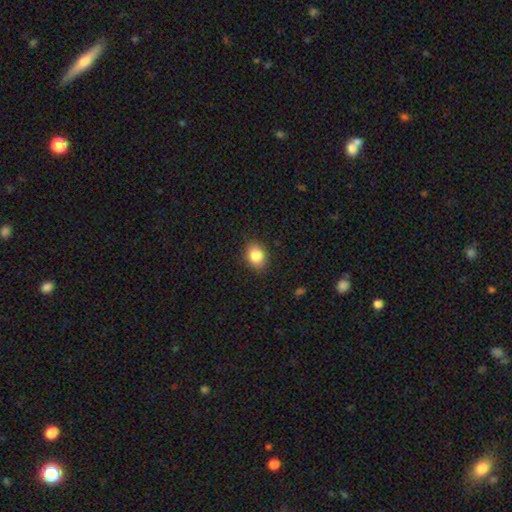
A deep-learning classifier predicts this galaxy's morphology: type=smooth (85%); roundness=in between (52%); merging=none (87%).